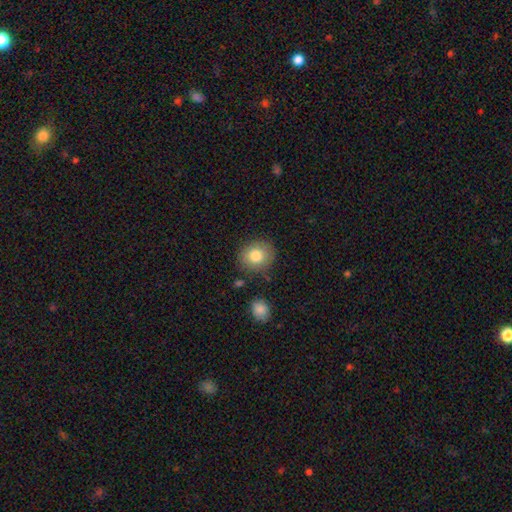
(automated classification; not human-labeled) Morphology: type=smooth (80%); roundness=round (78%); merging=none (81%).